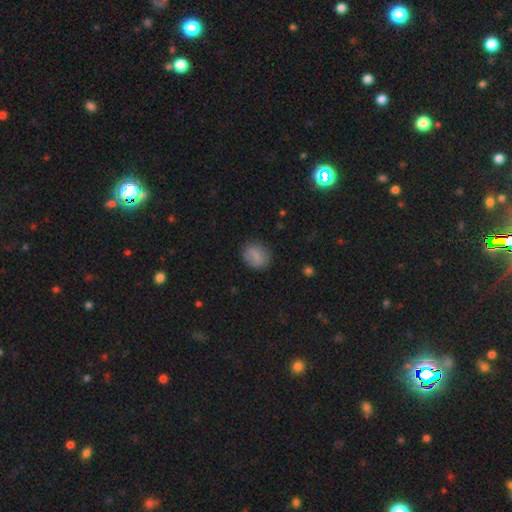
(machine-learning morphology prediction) smooth_or_featured: smooth (p=0.76) [alt: featured or disk p=0.15]
how_rounded: round (p=0.54) [alt: in between p=0.44]
merging: none (p=0.78) [alt: minor disturbance p=0.15]